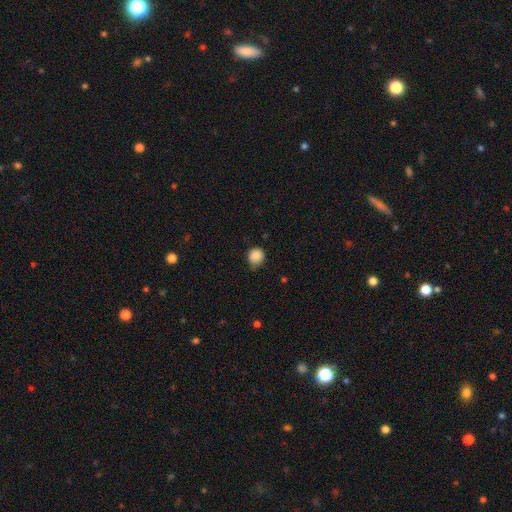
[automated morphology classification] This is clearly a smooth galaxy (87%). How rounded: clearly round (86%). Merging: likely none (65%).